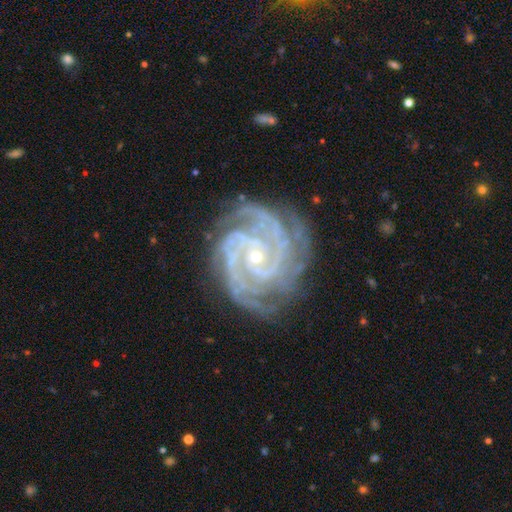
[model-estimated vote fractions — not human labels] Smooth or featured? featured or disk (92%)
Edge-on disk? no (98%)
Bar? no (61%)
Spiral arms? yes (99%)
Spiral winding? tight (77%)
Spiral arm count? 4 (29%)
Bulge size? small (80%)
Merging? none (79%)